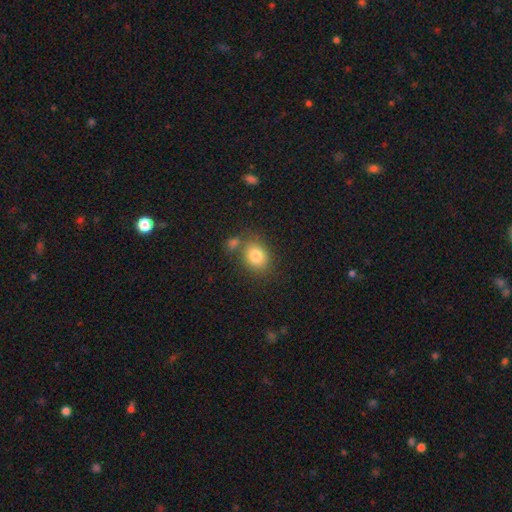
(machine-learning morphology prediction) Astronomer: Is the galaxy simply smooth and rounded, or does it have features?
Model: smooth — 81%.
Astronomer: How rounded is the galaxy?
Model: round — 53% (runner-up: in between, 46%).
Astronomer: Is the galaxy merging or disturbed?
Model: none — 64%.